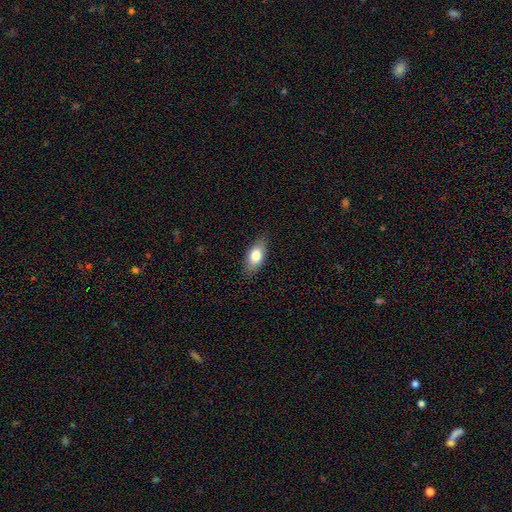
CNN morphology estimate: Smooth or featured? Predicted: smooth (p=0.78). How rounded? Predicted: in between (p=0.87). Merging? Predicted: none (p=0.84).